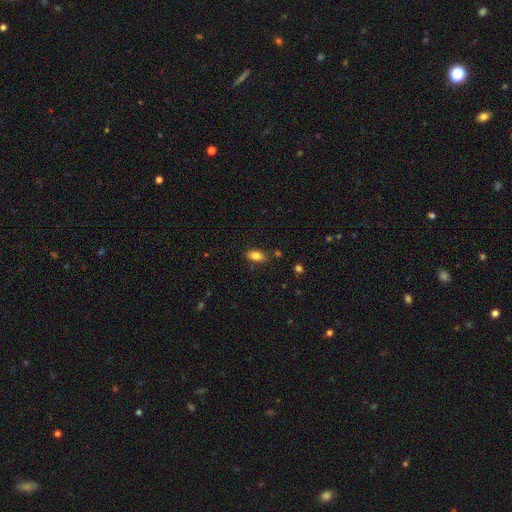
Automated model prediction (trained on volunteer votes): This is clearly a smooth galaxy (80%). How rounded: clearly in between (88%). Merging: clearly none (81%).